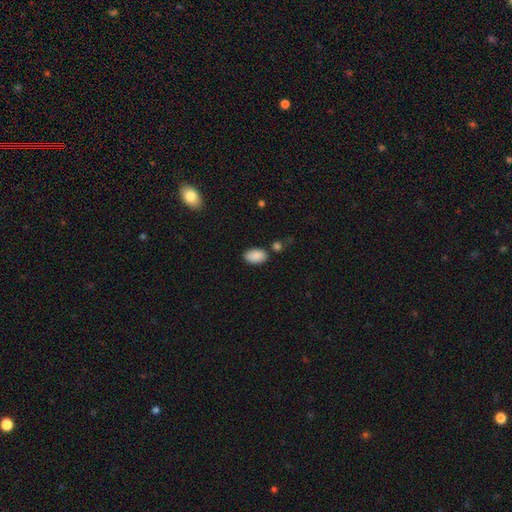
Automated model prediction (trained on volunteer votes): Smooth or featured? smooth (89%)
How rounded? in between (93%)
Merging? none (79%)